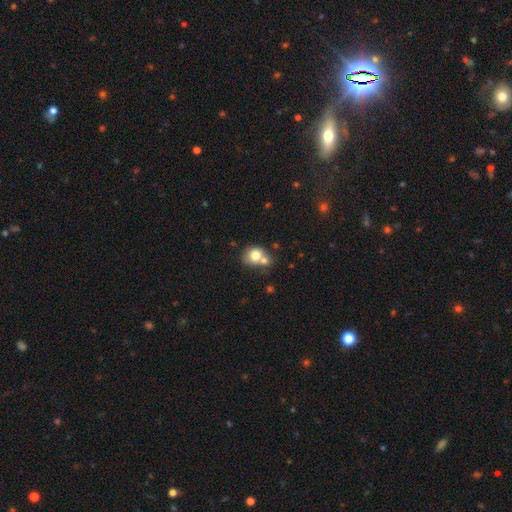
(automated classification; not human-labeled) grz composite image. It shows a smooth galaxy with no disk features (75%) that is round (69%). Merging: merger (45%).